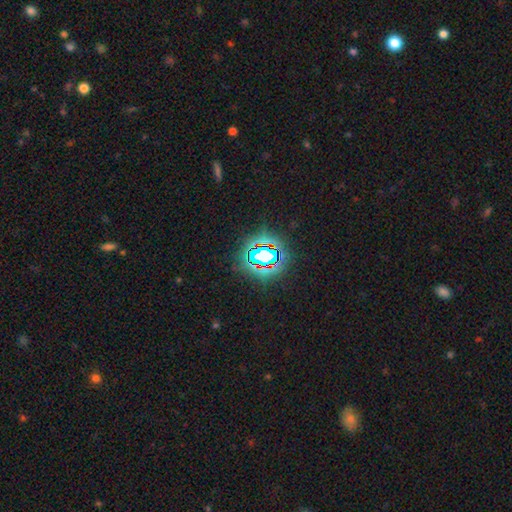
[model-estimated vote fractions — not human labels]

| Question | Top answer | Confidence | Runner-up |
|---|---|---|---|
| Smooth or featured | star or artifact | 78% | smooth (13%) |